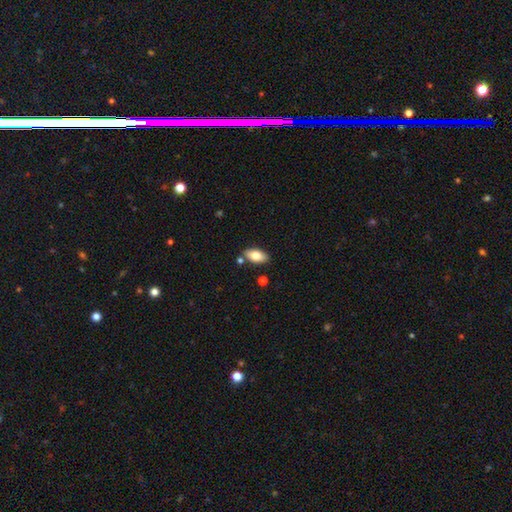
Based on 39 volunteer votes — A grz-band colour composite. It shows a smooth galaxy with no disk features (69%) that is in between round and cigar-shaped (96%). Merging: none (81%).